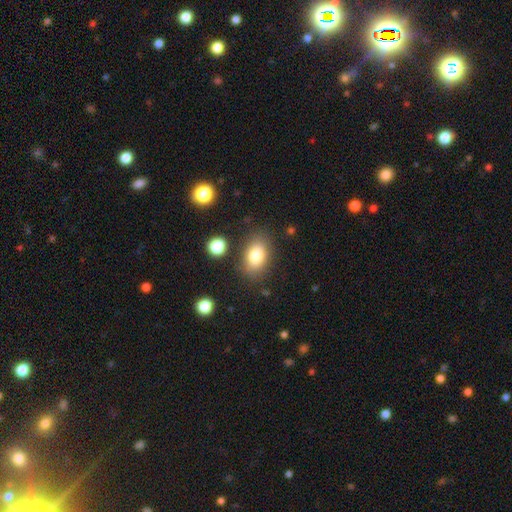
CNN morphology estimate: Overall: smooth (80%). How rounded: in between (84%). Merging: none (80%).